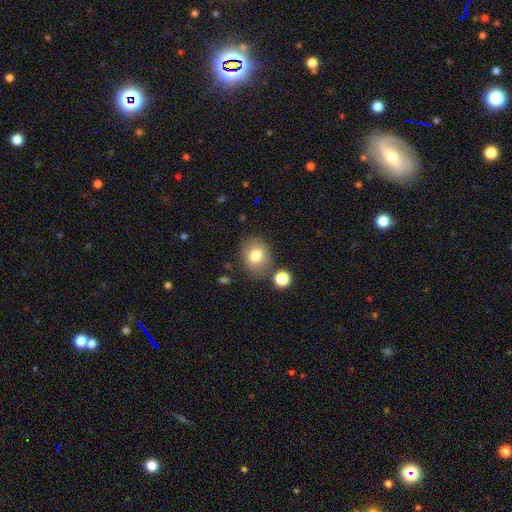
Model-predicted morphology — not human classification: Smooth or featured? Predicted: smooth (p=0.78). How rounded? Predicted: round (p=0.59). Merging? Predicted: none (p=0.75).